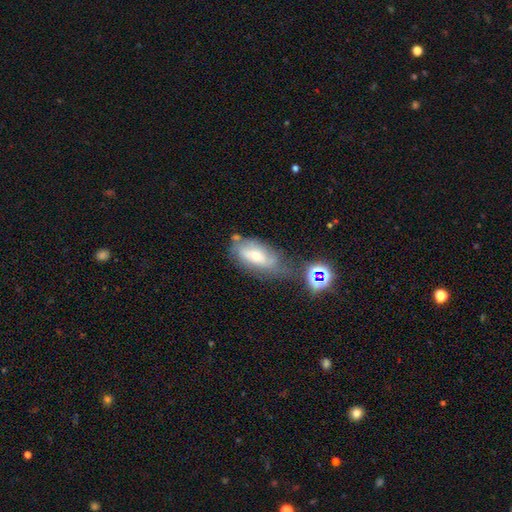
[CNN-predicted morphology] Q: Smooth or featured?
A: featured or disk (46%); runner-up: smooth (43%)
Q: Merging?
A: none (42%); runner-up: minor disturbance (28%)